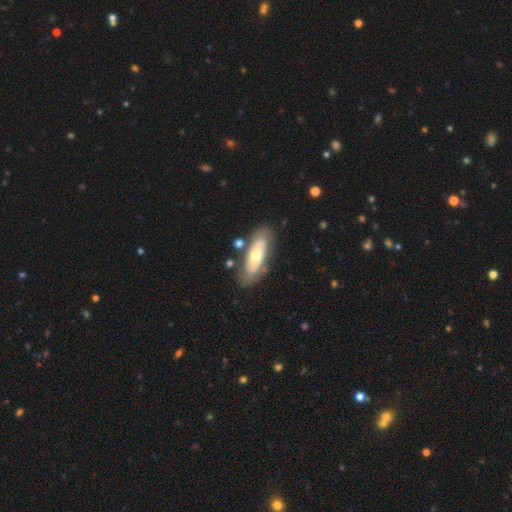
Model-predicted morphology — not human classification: A featured or disk galaxy (51%). Merging: none (74%).